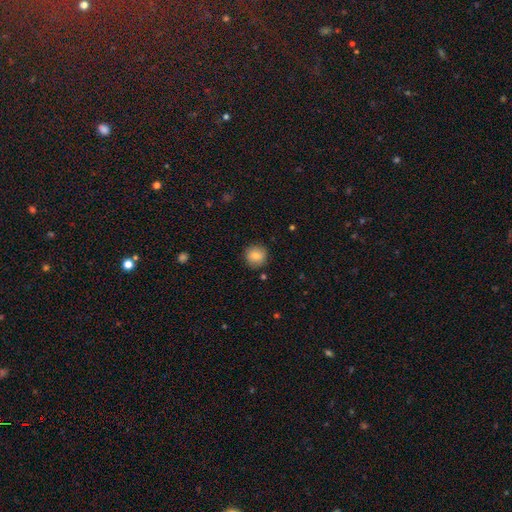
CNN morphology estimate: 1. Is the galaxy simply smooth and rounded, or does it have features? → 82% smooth, 9% featured or disk, 9% star or artifact.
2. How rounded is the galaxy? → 93% round, 6% in between, 1% cigar-shaped.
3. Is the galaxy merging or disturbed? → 88% none, 8% minor disturbance, 2% major disturbance, 1% merger.